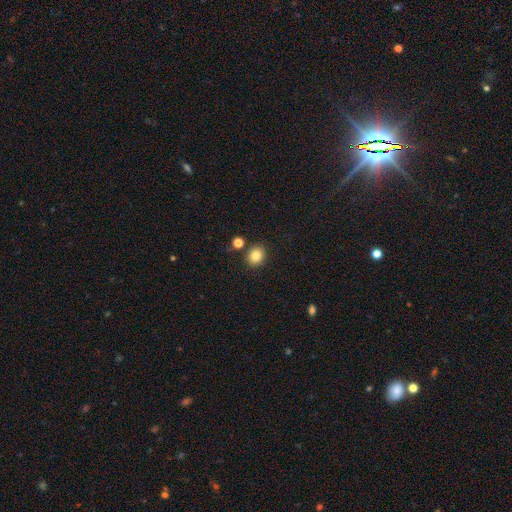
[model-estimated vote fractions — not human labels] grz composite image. It shows a smooth galaxy with no disk features (83%) that is round (76%). Merging: none (84%).